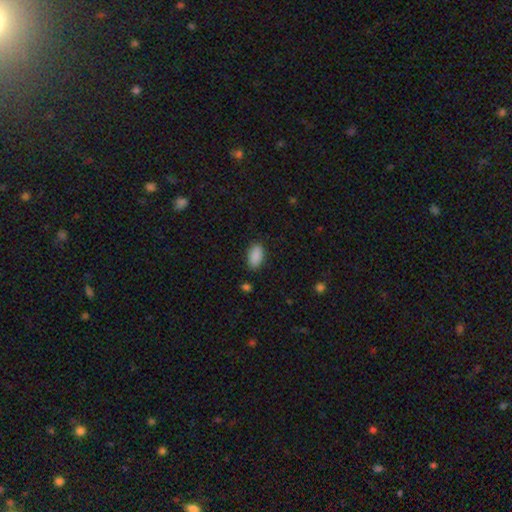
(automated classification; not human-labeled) Q: Smooth or featured?
A: smooth (90%); runner-up: star or artifact (7%)
Q: How rounded?
A: in between (94%); runner-up: round (4%)
Q: Merging?
A: none (87%); runner-up: minor disturbance (9%)